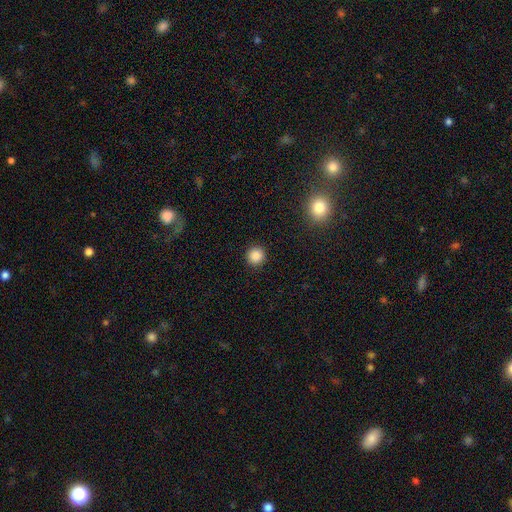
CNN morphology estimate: smooth 86%, star or artifact 11%, featured or disk 3%. Down the decision tree: how rounded — round (94%); merging — none (92%).